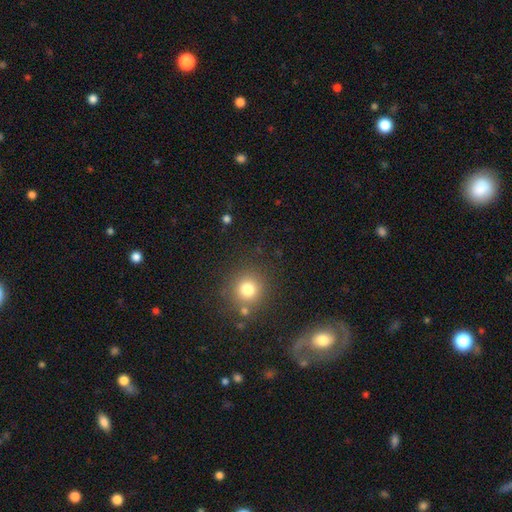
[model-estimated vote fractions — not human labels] This is possibly a smooth galaxy (49%). Merging: likely none (80%).